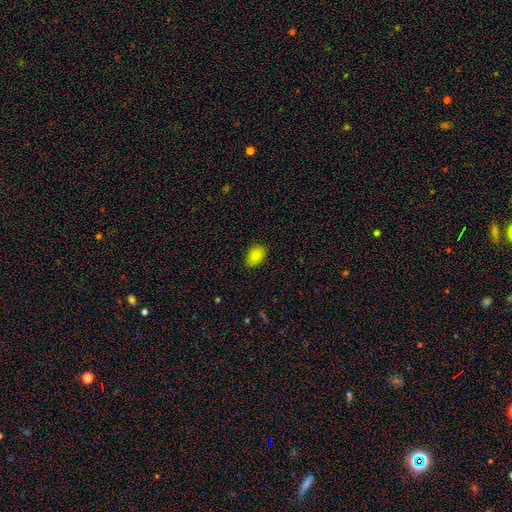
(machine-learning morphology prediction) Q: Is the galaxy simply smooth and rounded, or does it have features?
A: smooth — 87%.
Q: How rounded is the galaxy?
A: in between — 86%.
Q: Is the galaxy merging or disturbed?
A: none — 84%.